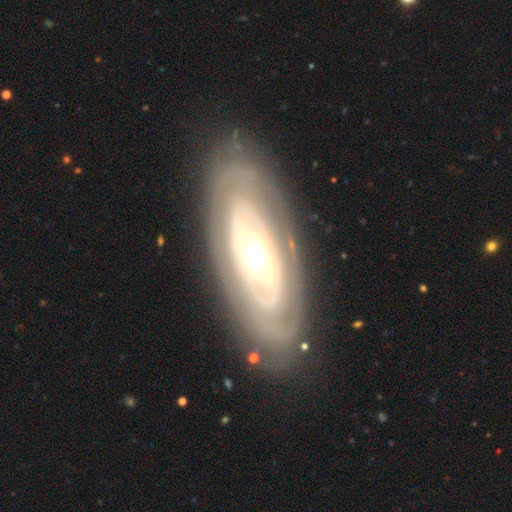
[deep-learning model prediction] This is clearly a featured or disk galaxy (80%). It is clearly not viewed edge-on (87%). Bar: likely no (80%). Spiral arm pattern: possibly yes (58%). Central bulge: likely moderate (64%). Merging: clearly none (83%).